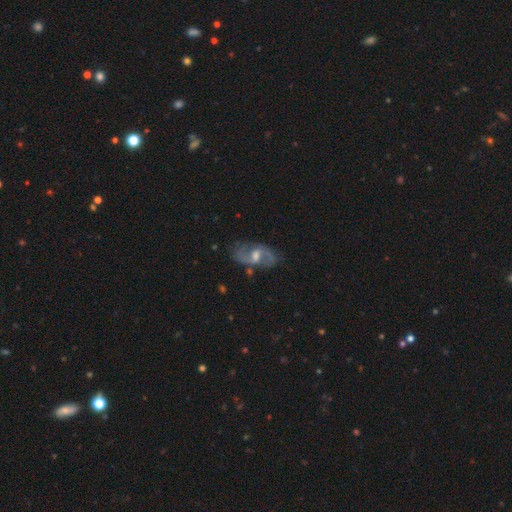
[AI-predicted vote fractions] smooth_or_featured: featured or disk (p=0.79) [alt: smooth p=0.14]
disk_edge_on: no (p=0.95) [alt: yes p=0.05]
bar: weak (p=0.56) [alt: no p=0.27]
has_spiral_arms: yes (p=0.89) [alt: no p=0.11]
spiral_winding: medium (p=0.46) [alt: loose p=0.41]
spiral_arm_count: 2 (p=0.88) [alt: can't tell p=0.06]
bulge_size: moderate (p=0.61) [alt: small p=0.26]
merging: none (p=0.76) [alt: minor disturbance p=0.15]